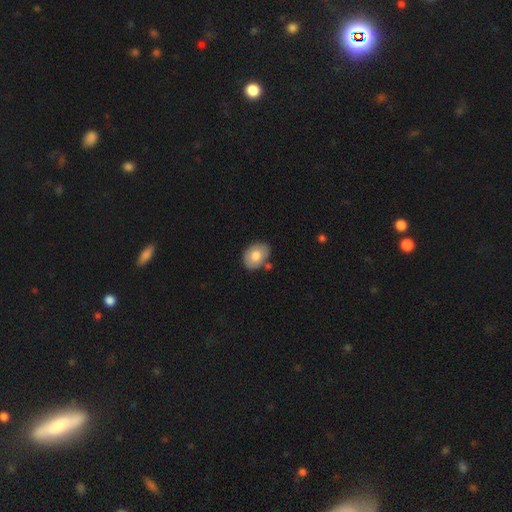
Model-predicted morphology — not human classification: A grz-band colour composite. It shows a smooth galaxy with no disk features (73%) that is in between round and cigar-shaped (74%). Merging: none (75%).